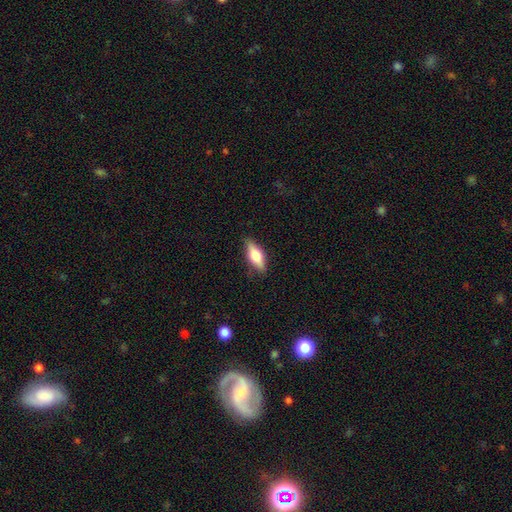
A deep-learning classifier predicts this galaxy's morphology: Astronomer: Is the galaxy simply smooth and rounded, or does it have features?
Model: smooth — 56% (runner-up: featured or disk, 37%).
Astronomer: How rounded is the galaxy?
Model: in between — 65%.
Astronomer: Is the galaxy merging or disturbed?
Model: none — 84%.